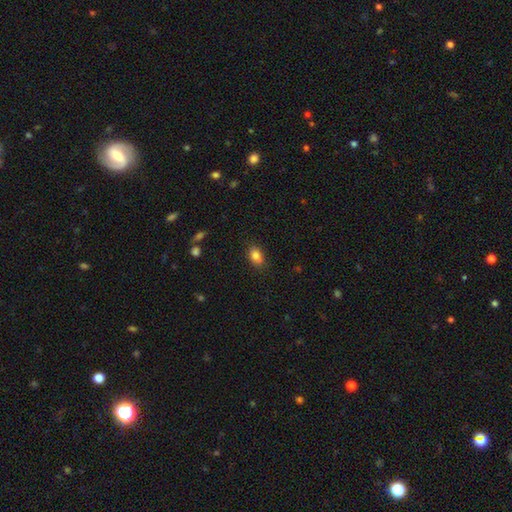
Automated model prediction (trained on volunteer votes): Smooth or featured: smooth — 83% (star or artifact — 10%)
How rounded: in between — 81% (round — 17%)
Merging: none — 79% (minor disturbance — 15%)